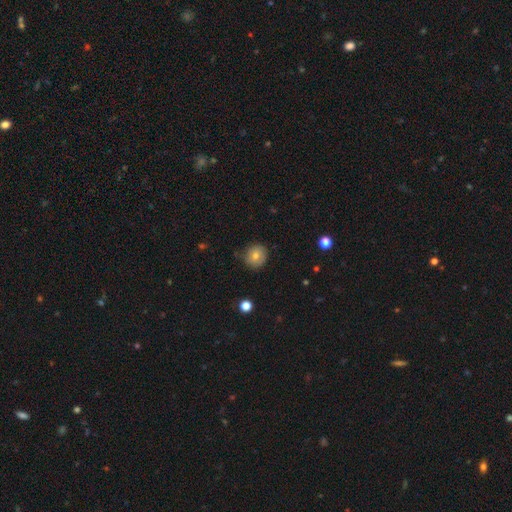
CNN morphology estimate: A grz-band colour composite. It shows a smooth galaxy with no disk features (75%) that is round (88%). Merging: none (75%).